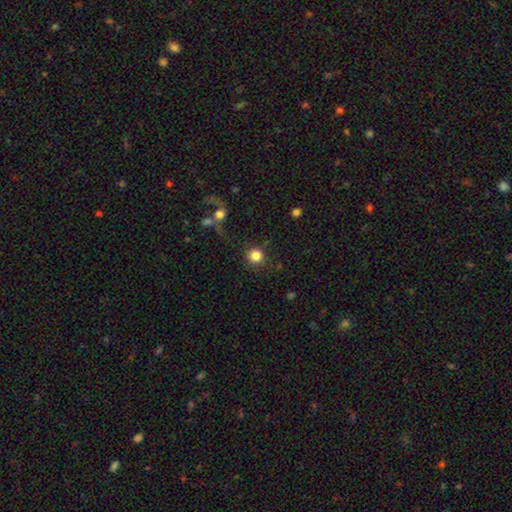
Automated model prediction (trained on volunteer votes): This is clearly a smooth galaxy (84%). How rounded: clearly round (93%). Merging: clearly none (83%).